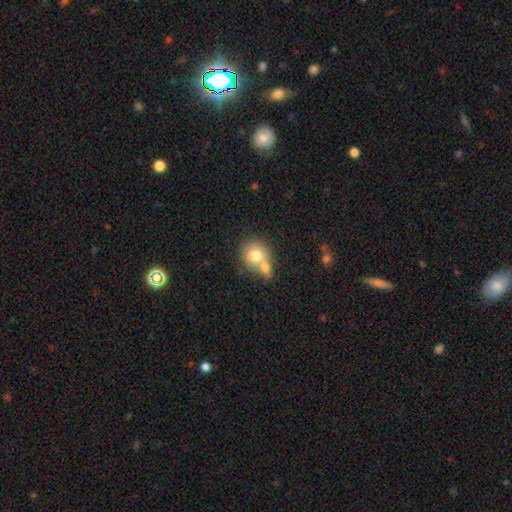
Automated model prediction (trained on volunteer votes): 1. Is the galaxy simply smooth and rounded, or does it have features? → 75% smooth, 17% featured or disk, 9% star or artifact.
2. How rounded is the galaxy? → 78% round, 21% in between, 1% cigar-shaped.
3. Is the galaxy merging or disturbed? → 54% merger, 34% none, 8% minor disturbance, 3% major disturbance.